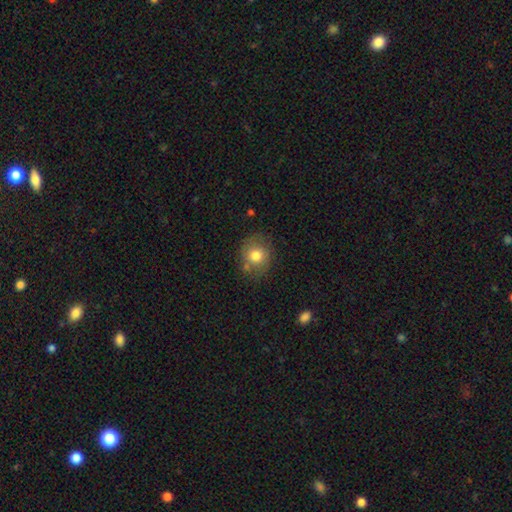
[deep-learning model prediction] Smooth or featured?
  - smooth: 76% *
  - featured or disk: 15%
  - star or artifact: 9%
How rounded?
  - round: 74% *
  - in between: 25%
  - cigar-shaped: 1%
Merging?
  - none: 74% *
  - minor disturbance: 17%
  - major disturbance: 5%
  - merger: 4%